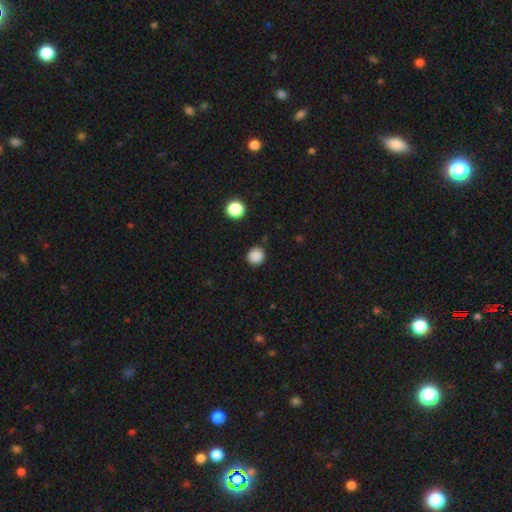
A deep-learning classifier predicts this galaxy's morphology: Smooth or featured? Predicted: smooth (p=0.86). How rounded? Predicted: round (p=0.89). Merging? Predicted: none (p=0.87).